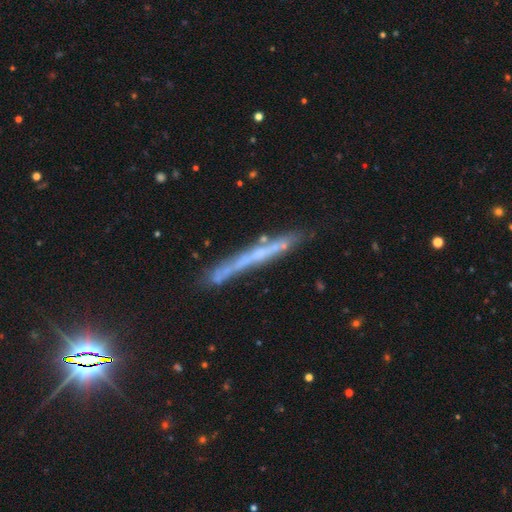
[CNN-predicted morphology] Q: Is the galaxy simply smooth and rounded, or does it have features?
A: featured or disk — 60%.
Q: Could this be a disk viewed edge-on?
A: yes — 93%.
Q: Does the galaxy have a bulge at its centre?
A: none — 84%.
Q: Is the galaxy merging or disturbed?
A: none — 78%.